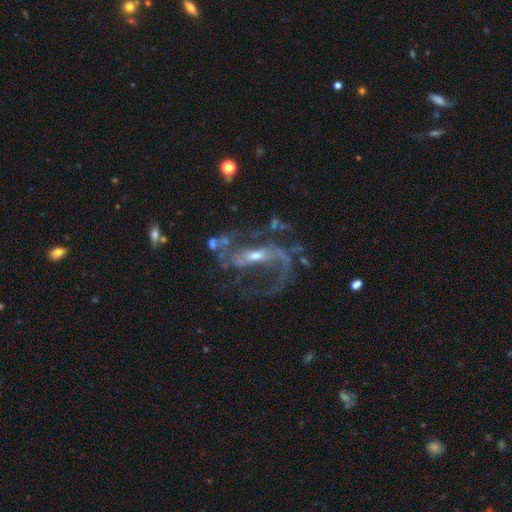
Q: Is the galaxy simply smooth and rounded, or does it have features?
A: featured or disk — 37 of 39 (95%).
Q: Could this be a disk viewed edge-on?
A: no — 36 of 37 (97%).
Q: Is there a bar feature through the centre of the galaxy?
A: strong — 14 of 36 (39%, tied with weak).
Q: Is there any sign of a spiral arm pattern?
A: yes — 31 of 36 (86%).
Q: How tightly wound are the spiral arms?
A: medium — 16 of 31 (52%).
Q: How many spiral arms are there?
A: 2 — 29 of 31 (94%).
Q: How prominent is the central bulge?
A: moderate — 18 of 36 (50%).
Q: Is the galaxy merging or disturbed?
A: none — 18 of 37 (49%).